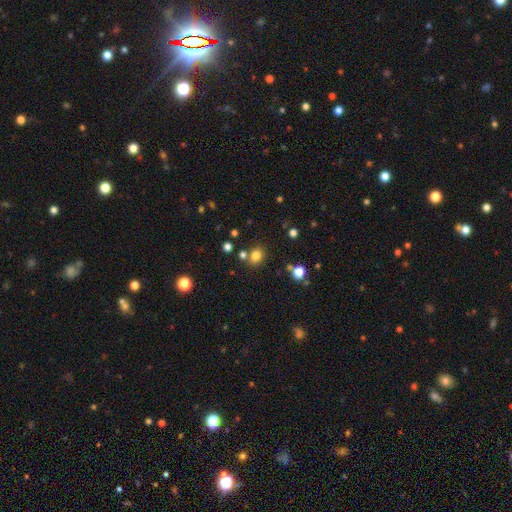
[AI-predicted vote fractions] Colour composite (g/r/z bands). It shows a smooth galaxy with no disk features (78%) that is round (68%). Merging: none (74%).